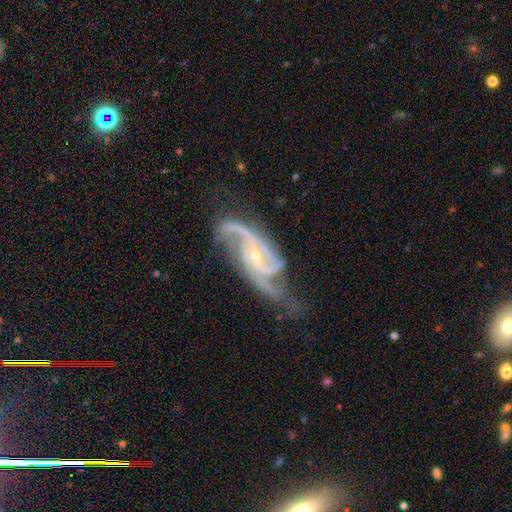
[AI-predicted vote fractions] Overall: featured or disk (92%). Edge-on disk: no (96%). Bar: no (51%; weak 33%). Spiral arms: yes (98%). Spiral arm count: 2 (56%; 3 28%). Spiral winding: medium (55%; tight 25%). Bulge size: small (76%). Merging: none (61%; minor disturbance 23%).